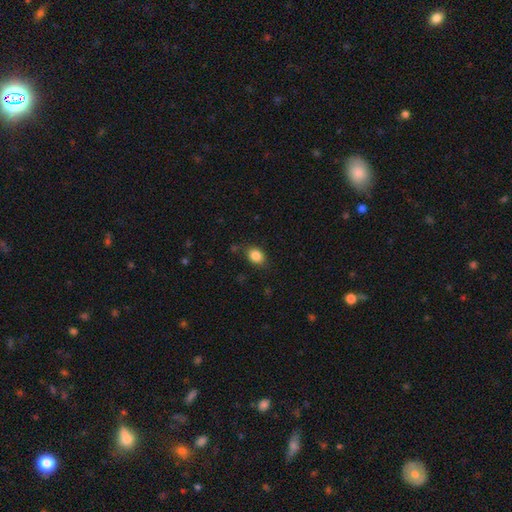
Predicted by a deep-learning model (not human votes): The model was most divided on "how rounded": in between: 65%, round: 33%, cigar-shaped: 1%. More confident: smooth or featured — smooth (85%); merging — none (78%).